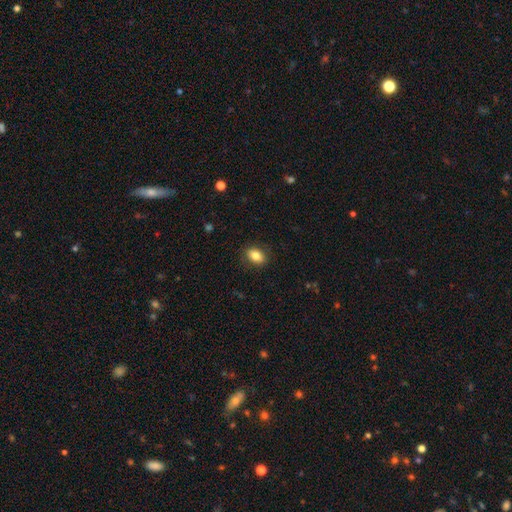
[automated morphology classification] smooth_or_featured: smooth (p=0.83) [alt: featured or disk p=0.09]
how_rounded: in between (p=0.78) [alt: round p=0.20]
merging: none (p=0.86) [alt: minor disturbance p=0.10]